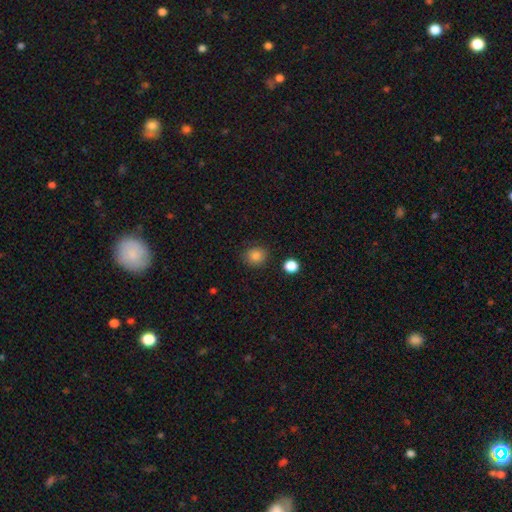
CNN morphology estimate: Q: Smooth or featured?
A: smooth (85%); runner-up: star or artifact (11%)
Q: How rounded?
A: round (85%); runner-up: in between (14%)
Q: Merging?
A: none (86%); runner-up: minor disturbance (9%)